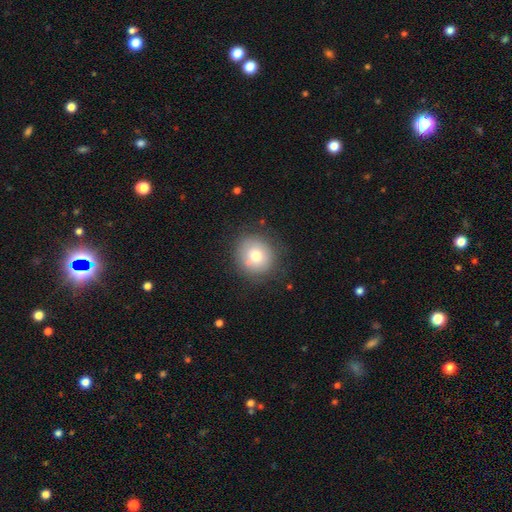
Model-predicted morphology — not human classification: A smooth galaxy with no disk features (72%) that is round (88%).

Vote fractions:
- Smooth or featured? smooth: 72% / featured or disk: 18% / star or artifact: 11%
- How rounded? round: 88% / in between: 11% / cigar-shaped: 1%
- Merging? none: 79% / minor disturbance: 12% / major disturbance: 4% / merger: 4%